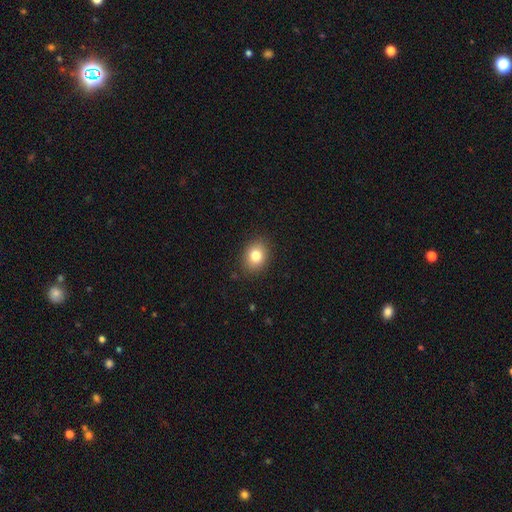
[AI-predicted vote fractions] The model was most divided on "how rounded": in between: 53%, round: 46%, cigar-shaped: 1%. More confident: merging — none (88%); smooth or featured — smooth (80%).